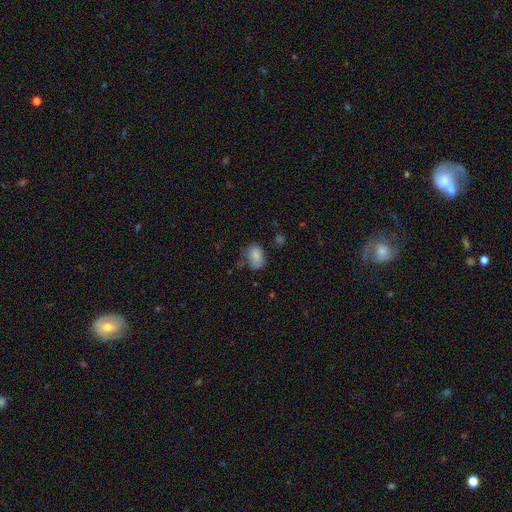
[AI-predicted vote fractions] Smooth or featured? smooth (81%)
How rounded? in between (80%)
Merging? none (52%)